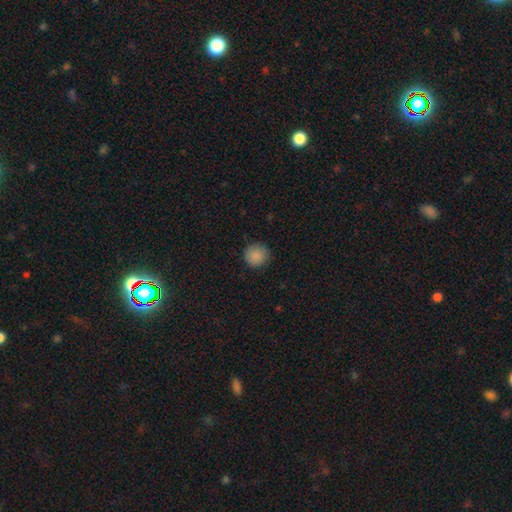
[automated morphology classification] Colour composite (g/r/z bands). It shows a smooth galaxy with no disk features (88%) that is round (94%). Merging: none (87%).